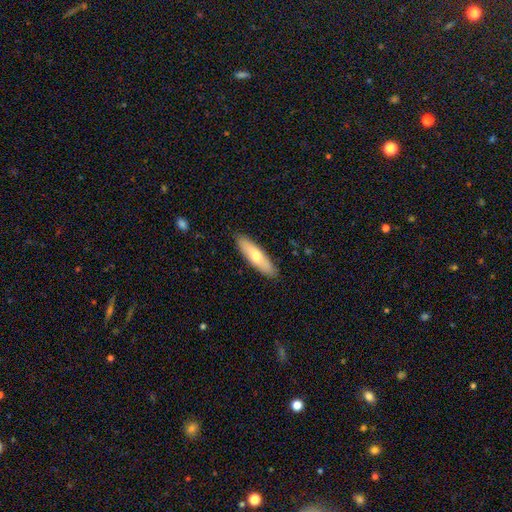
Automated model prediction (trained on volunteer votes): smooth_or_featured: smooth (p=0.68) [alt: featured or disk p=0.26]
how_rounded: cigar-shaped (p=0.67) [alt: in between p=0.32]
merging: none (p=0.88) [alt: minor disturbance p=0.09]